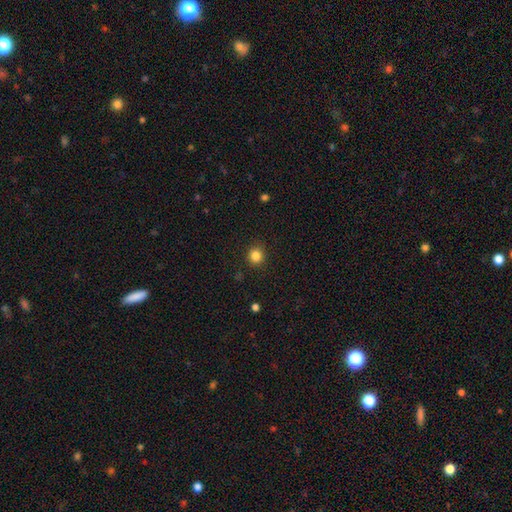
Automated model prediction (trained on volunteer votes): smooth-or-featured: smooth: 84% | star or artifact: 12% | featured or disk: 4%
  how-rounded: round: 90% | in between: 9% | cigar-shaped: 1%
  merging: none: 90% | minor disturbance: 6% | major disturbance: 2% | merger: 1%